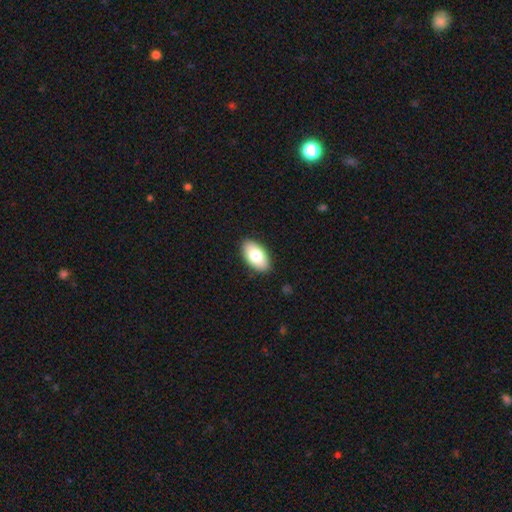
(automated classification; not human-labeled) smooth_or_featured: smooth (p=0.79) [alt: featured or disk p=0.15]
how_rounded: in between (p=0.94) [alt: round p=0.04]
merging: none (p=0.89) [alt: minor disturbance p=0.08]